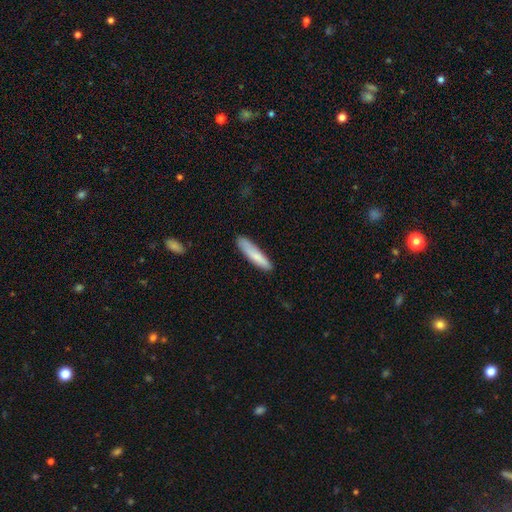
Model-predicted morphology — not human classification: The model was most divided on "smooth or featured": smooth: 80%, featured or disk: 14%, star or artifact: 6%. More confident: how rounded — cigar-shaped (86%); merging — none (82%).